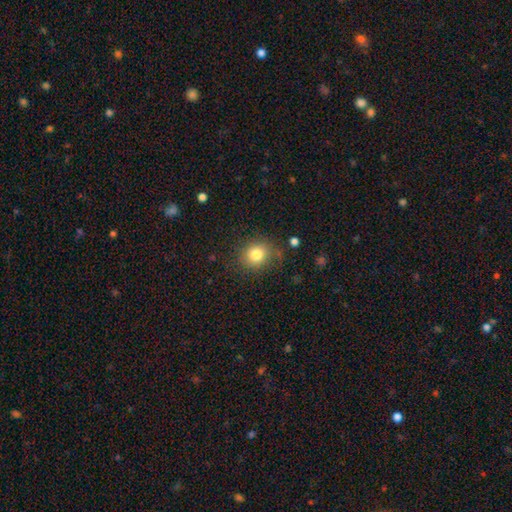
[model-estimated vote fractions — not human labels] smooth-or-featured: smooth: 81% | star or artifact: 11% | featured or disk: 8%
  how-rounded: round: 77% | in between: 22% | cigar-shaped: 1%
  merging: none: 81% | minor disturbance: 13% | major disturbance: 4% | merger: 2%